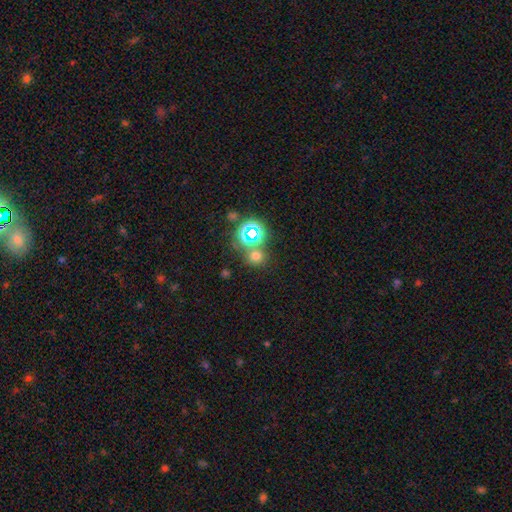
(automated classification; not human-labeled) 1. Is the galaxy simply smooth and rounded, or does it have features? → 60% smooth, 33% star or artifact, 7% featured or disk.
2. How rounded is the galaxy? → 85% round, 14% in between, 1% cigar-shaped.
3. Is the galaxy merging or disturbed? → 73% none, 15% merger, 8% minor disturbance, 4% major disturbance.